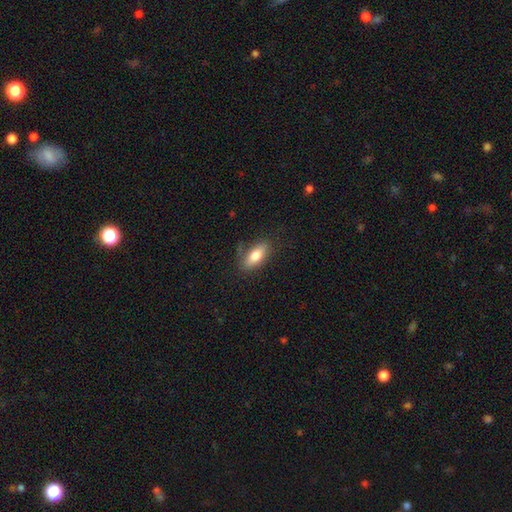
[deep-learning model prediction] smooth-or-featured: smooth: 75% | featured or disk: 18% | star or artifact: 7%
  how-rounded: in between: 78% | cigar-shaped: 19% | round: 3%
  merging: none: 75% | minor disturbance: 18% | major disturbance: 5% | merger: 2%